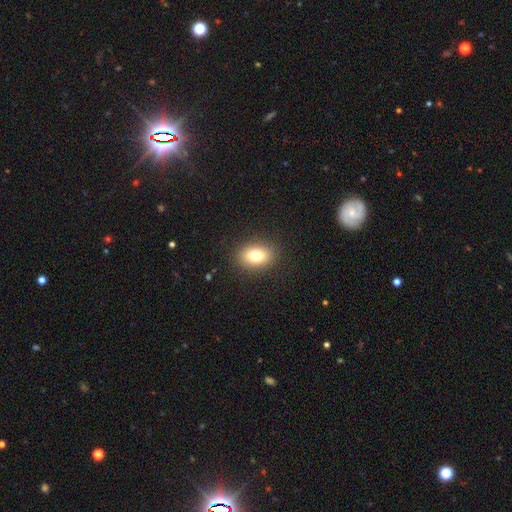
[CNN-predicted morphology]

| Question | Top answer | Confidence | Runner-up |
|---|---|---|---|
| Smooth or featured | smooth | 80% | featured or disk (10%) |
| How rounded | in between | 79% | round (20%) |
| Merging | none | 88% | minor disturbance (8%) |